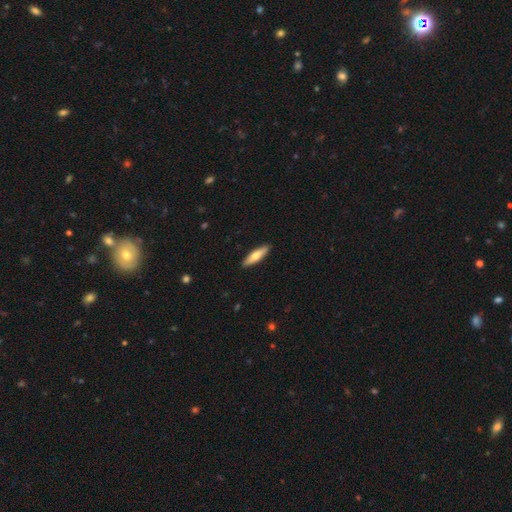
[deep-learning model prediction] Smooth or featured?
  - smooth: 64% *
  - featured or disk: 31%
  - star or artifact: 5%
How rounded?
  - cigar-shaped: 71% *
  - in between: 28%
  - round: 2%
Merging?
  - none: 91% *
  - minor disturbance: 7%
  - major disturbance: 1%
  - merger: 1%